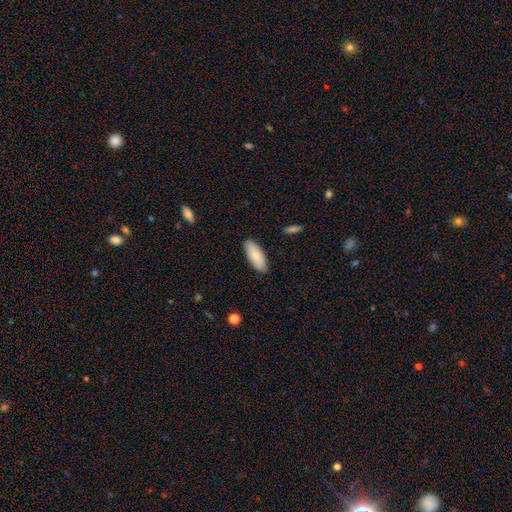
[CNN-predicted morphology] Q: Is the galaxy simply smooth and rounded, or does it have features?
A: smooth — 83%.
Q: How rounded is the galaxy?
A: in between — 85%.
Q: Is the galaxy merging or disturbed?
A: none — 86%.